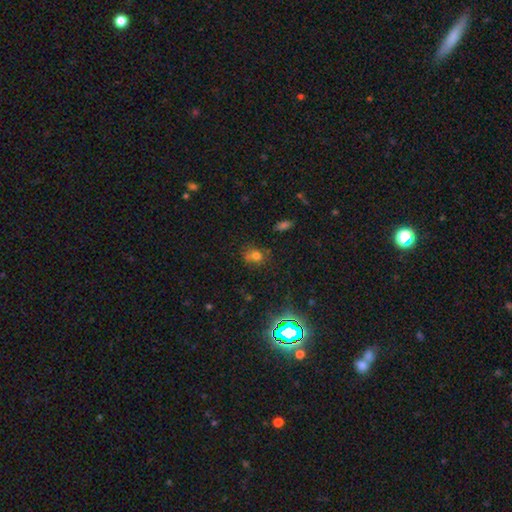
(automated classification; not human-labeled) Smooth or featured: smooth — 65% (star or artifact — 25%)
How rounded: in between — 51% (round — 48%)
Merging: none — 65% (minor disturbance — 20%)